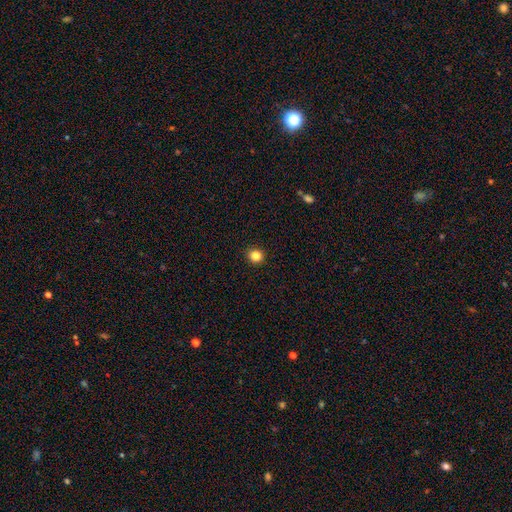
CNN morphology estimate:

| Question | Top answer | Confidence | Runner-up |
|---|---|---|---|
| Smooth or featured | smooth | 84% | star or artifact (12%) |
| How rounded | round | 89% | in between (10%) |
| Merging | none | 93% | minor disturbance (4%) |